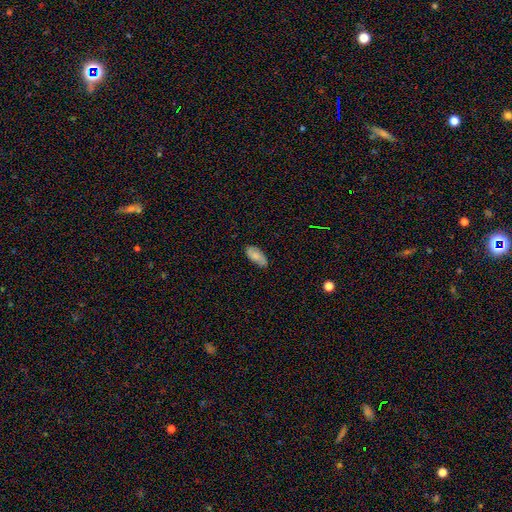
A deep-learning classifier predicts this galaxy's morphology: Smooth or featured? Predicted: smooth (p=0.70). How rounded? Predicted: in between (p=0.90). Merging? Predicted: none (p=0.77).